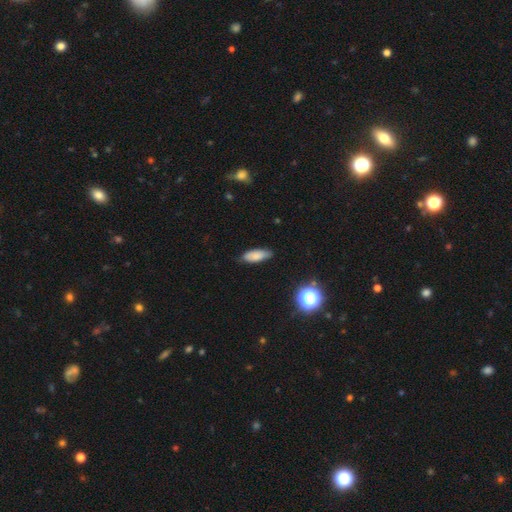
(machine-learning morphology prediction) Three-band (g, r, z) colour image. It shows a smooth galaxy with no disk features (82%) that is in between round and cigar-shaped (73%). Merging: none (81%).